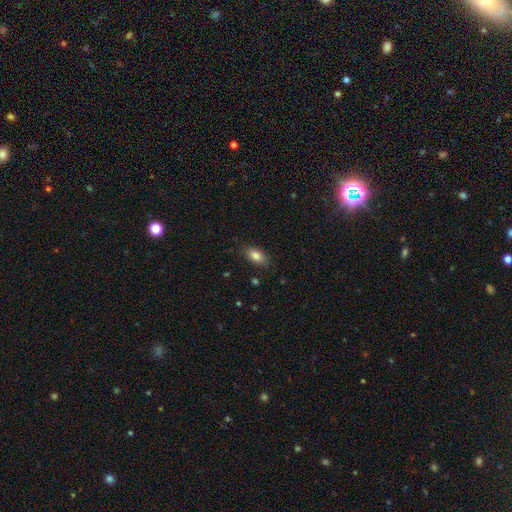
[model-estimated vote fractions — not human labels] A smooth galaxy with no disk features (85%) that is in between round and cigar-shaped (90%).

Vote fractions:
- Smooth or featured? smooth: 85% / star or artifact: 8% / featured or disk: 7%
- How rounded? in between: 90% / round: 7% / cigar-shaped: 4%
- Merging? none: 83% / minor disturbance: 12% / major disturbance: 3% / merger: 1%